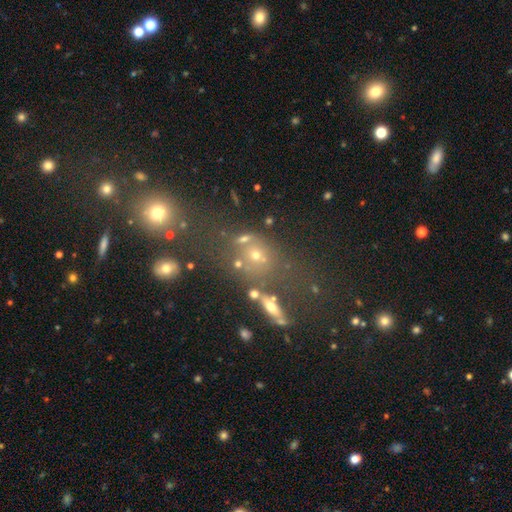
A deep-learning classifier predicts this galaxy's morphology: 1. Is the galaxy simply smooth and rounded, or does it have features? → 52% smooth, 29% star or artifact, 19% featured or disk.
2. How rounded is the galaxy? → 59% round, 36% in between, 5% cigar-shaped.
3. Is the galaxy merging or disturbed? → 51% none, 27% merger, 13% minor disturbance, 10% major disturbance.